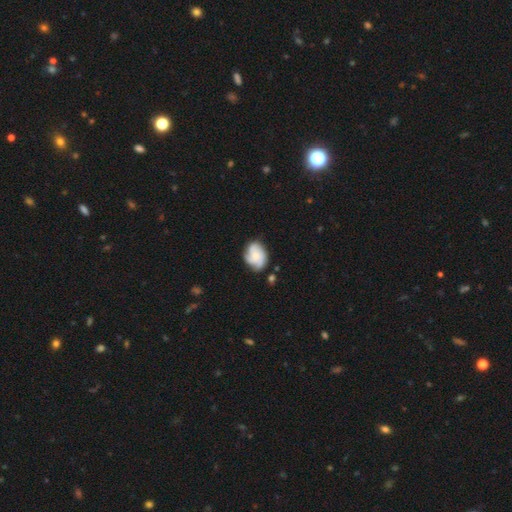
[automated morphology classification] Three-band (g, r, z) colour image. It shows a featured or disk galaxy (60%) with no bar (79%), 3 (54%) tight (45%) spiral arms (91%) and a small central bulge (53%). Merging: none (63%).